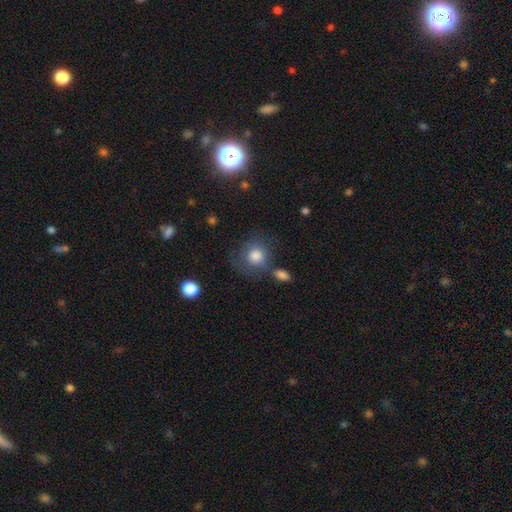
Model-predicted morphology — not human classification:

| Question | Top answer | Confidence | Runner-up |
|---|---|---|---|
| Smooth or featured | smooth | 79% | featured or disk (12%) |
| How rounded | round | 82% | in between (17%) |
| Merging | none | 55% | minor disturbance (20%) |